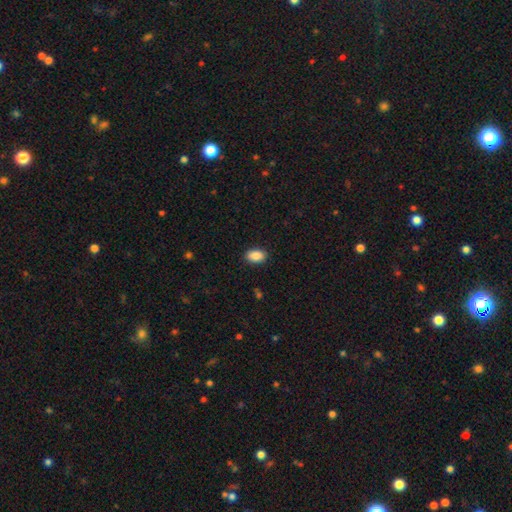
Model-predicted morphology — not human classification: A smooth galaxy with no disk features (89%) that is in between round and cigar-shaped (90%). Merging: none (89%).